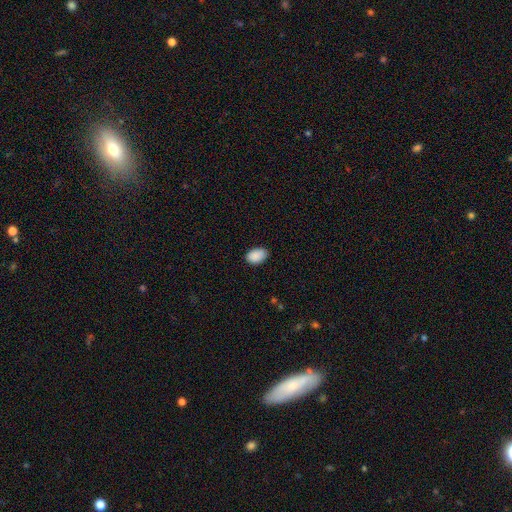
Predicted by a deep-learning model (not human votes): This is clearly a smooth galaxy (90%). How rounded: clearly in between (88%). Merging: clearly none (83%).